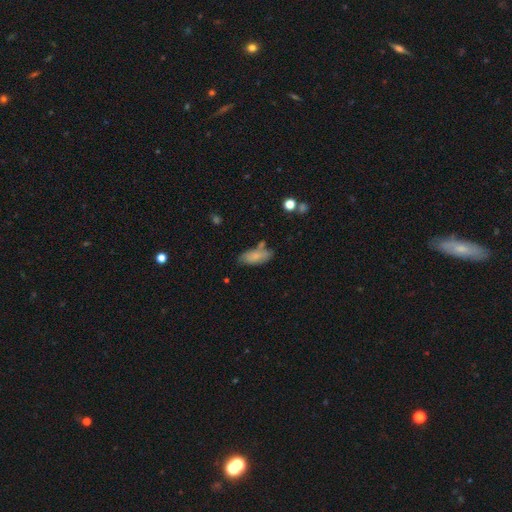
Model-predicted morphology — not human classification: Smooth or featured?
  - smooth: 73% *
  - featured or disk: 20%
  - star or artifact: 7%
How rounded?
  - in between: 84% *
  - cigar-shaped: 14%
  - round: 2%
Merging?
  - none: 56% *
  - minor disturbance: 26%
  - merger: 10%
  - major disturbance: 7%